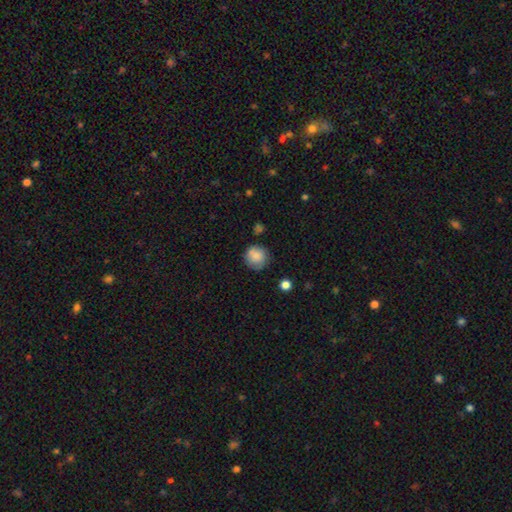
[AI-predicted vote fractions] This is clearly a smooth galaxy (83%). How rounded: clearly round (90%). Merging: likely none (73%).